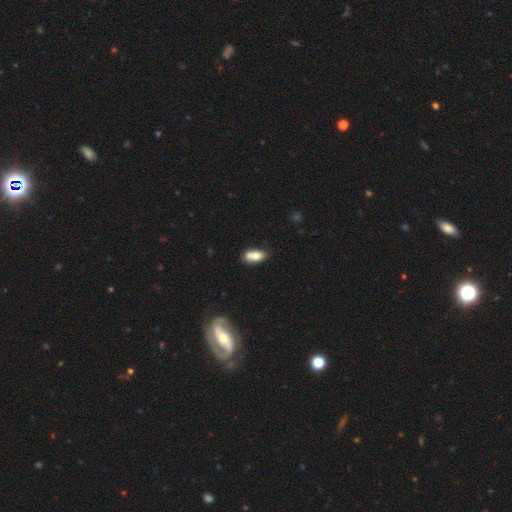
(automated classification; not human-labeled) Q: Smooth or featured?
A: smooth (71%); runner-up: featured or disk (20%)
Q: How rounded?
A: in between (84%); runner-up: round (10%)
Q: Merging?
A: merger (42%); runner-up: none (38%)